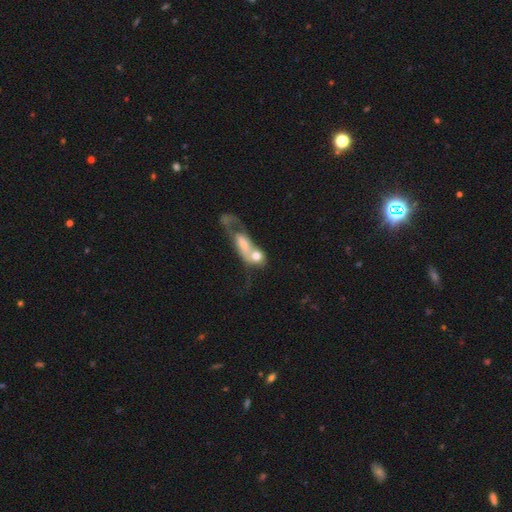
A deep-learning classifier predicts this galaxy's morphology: Smooth or featured: featured or disk — 51% (smooth — 33%)
Edge-on disk: no — 80% (yes — 20%)
Merging: merger — 65% (none — 15%)